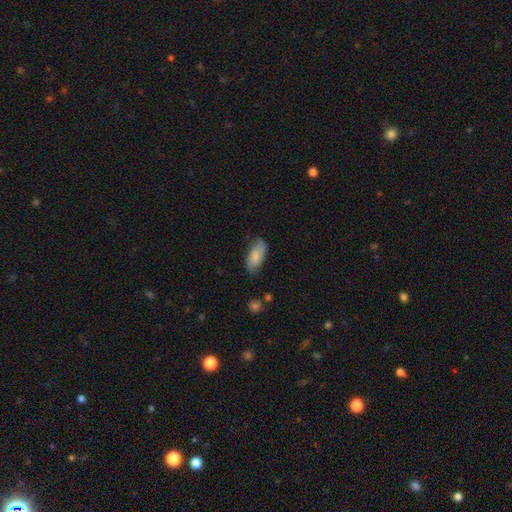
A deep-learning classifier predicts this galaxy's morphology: A smooth galaxy with no disk features (81%) that is in between round and cigar-shaped (88%).

Vote fractions:
- Smooth or featured? smooth: 81% / featured or disk: 13% / star or artifact: 6%
- How rounded? in between: 88% / cigar-shaped: 10% / round: 2%
- Merging? none: 66% / minor disturbance: 26% / major disturbance: 6% / merger: 2%